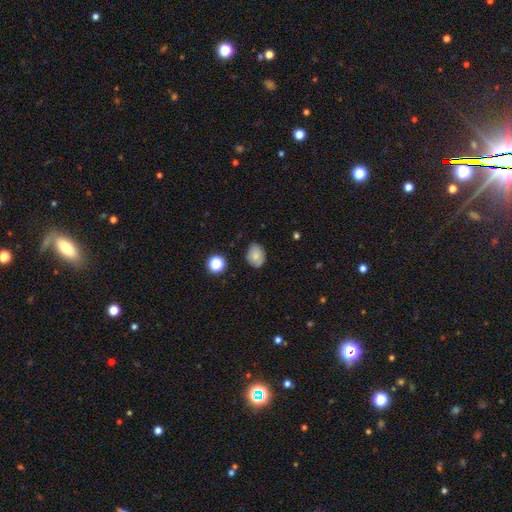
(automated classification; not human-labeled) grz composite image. It shows a smooth galaxy with no disk features (75%) that is in between round and cigar-shaped (54%). Merging: none (74%).